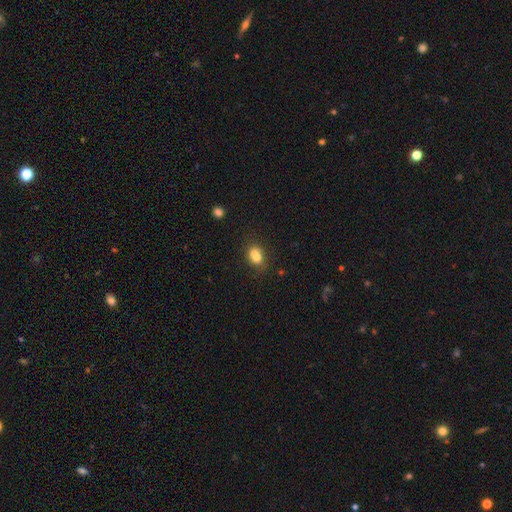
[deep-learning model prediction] This is likely a smooth galaxy (77%). How rounded: likely in between (72%). Merging: possibly none (51%).